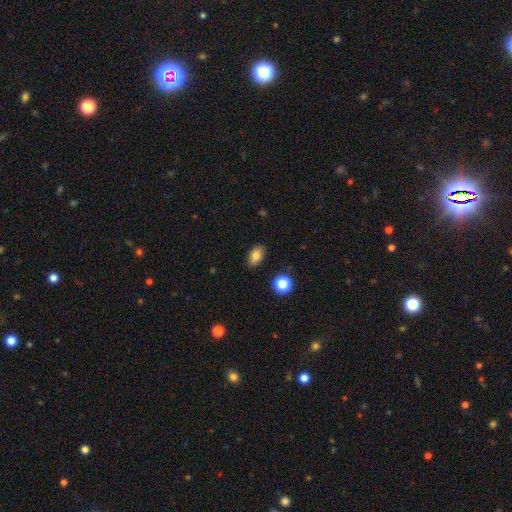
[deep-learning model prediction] Smooth or featured? Predicted: smooth (p=0.83). How rounded? Predicted: in between (p=0.82). Merging? Predicted: none (p=0.87).